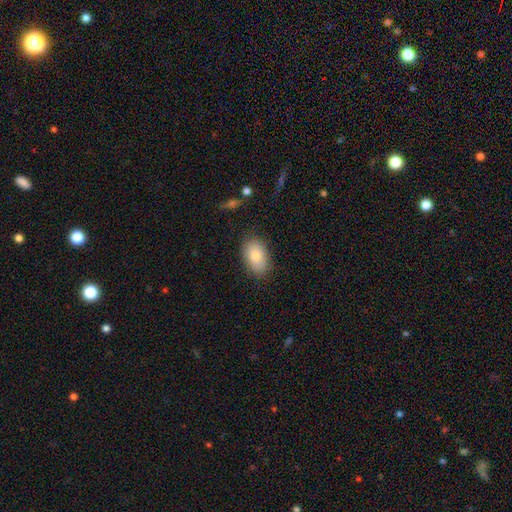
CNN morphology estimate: Smooth or featured: smooth — 80% (featured or disk — 13%)
How rounded: in between — 90% (round — 9%)
Merging: none — 83% (minor disturbance — 12%)